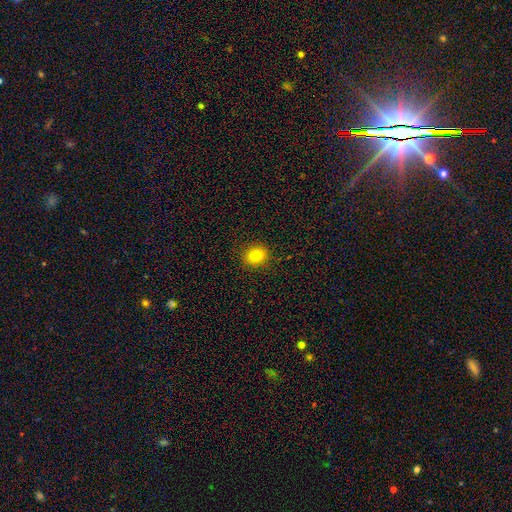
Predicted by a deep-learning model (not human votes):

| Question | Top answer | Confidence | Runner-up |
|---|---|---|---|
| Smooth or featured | smooth | 81% | star or artifact (12%) |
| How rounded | round | 70% | in between (29%) |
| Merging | none | 90% | minor disturbance (7%) |